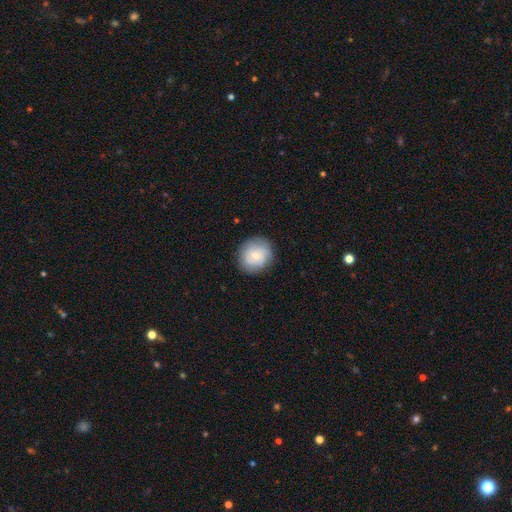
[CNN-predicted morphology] Smooth or featured? smooth (70%)
How rounded? round (84%)
Merging? none (84%)